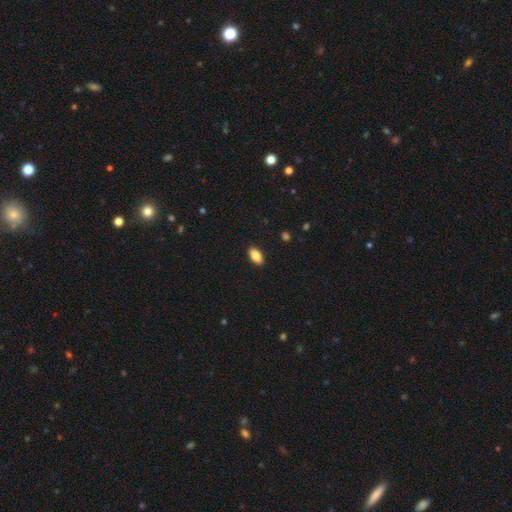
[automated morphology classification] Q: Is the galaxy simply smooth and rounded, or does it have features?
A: smooth — 84%.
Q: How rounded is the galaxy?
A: in between — 93%.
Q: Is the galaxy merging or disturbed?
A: none — 90%.